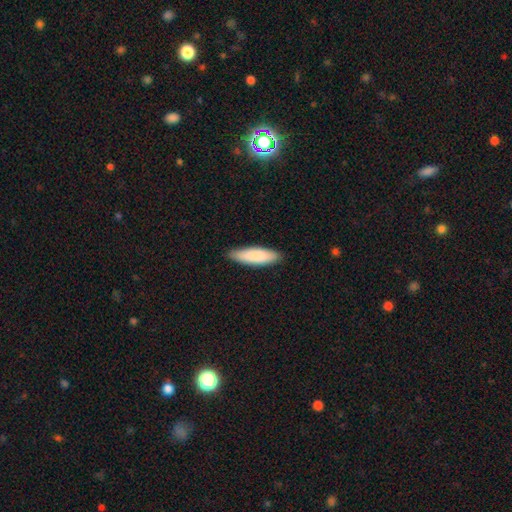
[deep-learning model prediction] Smooth or featured?
  - smooth: 86% *
  - featured or disk: 9%
  - star or artifact: 5%
How rounded?
  - cigar-shaped: 55% *
  - in between: 43%
  - round: 1%
Merging?
  - none: 86% *
  - minor disturbance: 11%
  - major disturbance: 2%
  - merger: 1%